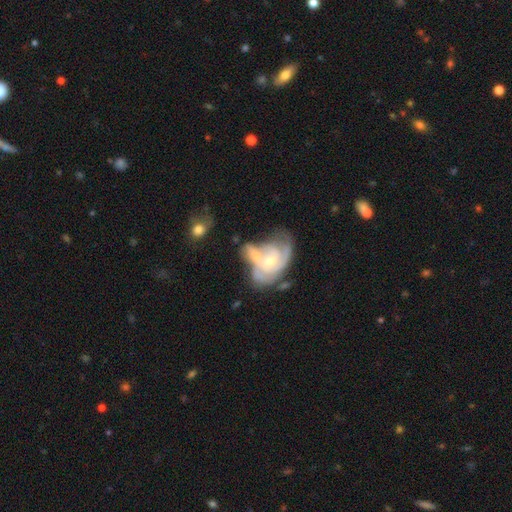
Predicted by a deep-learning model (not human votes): Smooth or featured?
  - featured or disk: 72% *
  - smooth: 22%
  - star or artifact: 6%
Edge-on disk?
  - no: 95% *
  - yes: 5%
Bar?
  - no: 57% *
  - weak: 35%
  - strong: 8%
Spiral arms?
  - yes: 83% *
  - no: 17%
Spiral winding?
  - tight: 52% *
  - medium: 35%
  - loose: 13%
Spiral arm count?
  - 2: 37% *
  - can't tell: 35%
  - 3: 14%
  - 1: 8%
  - 4: 4%
  - more than 4: 3%
Bulge size?
  - moderate: 50% *
  - small: 44%
  - large: 3%
  - none: 2%
  - dominant: 1%
Merging?
  - merger: 55% *
  - none: 21%
  - minor disturbance: 13%
  - major disturbance: 12%